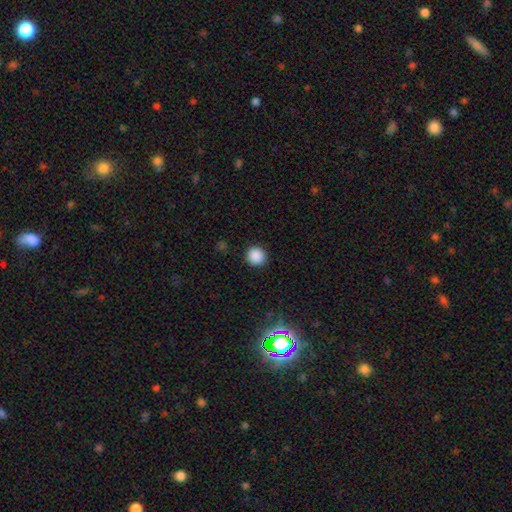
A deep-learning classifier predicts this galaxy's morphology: Smooth or featured: smooth — 87% (star or artifact — 10%)
How rounded: round — 93% (in between — 6%)
Merging: none — 91% (minor disturbance — 5%)